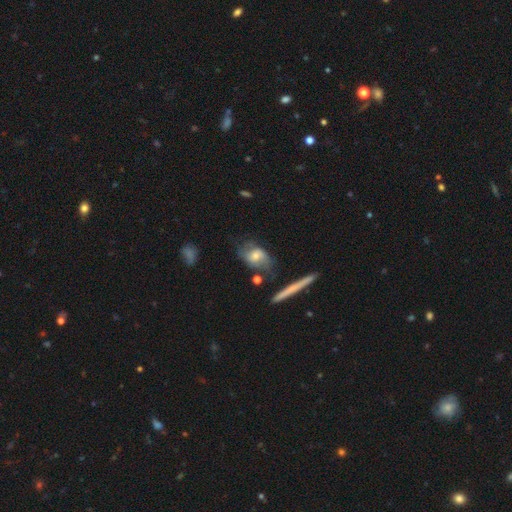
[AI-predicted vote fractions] Morphology: type=featured or disk (49%); merging=none (49%).